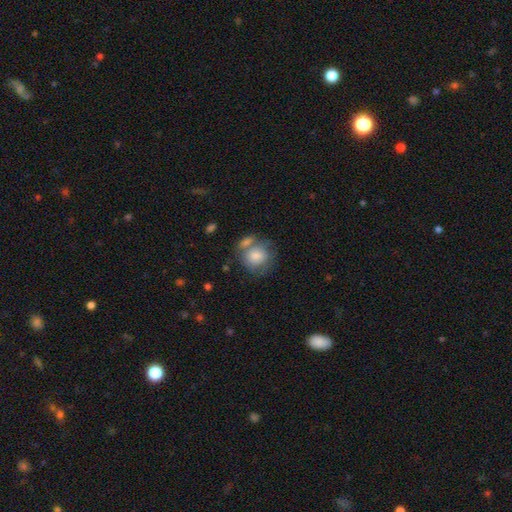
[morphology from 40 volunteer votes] Volunteers were most divided on "merging": none: 41%, minor disturbance: 32%, merger: 19%, major disturbance: 8%. More confident: how rounded — round (81%); smooth or featured — smooth (78%).